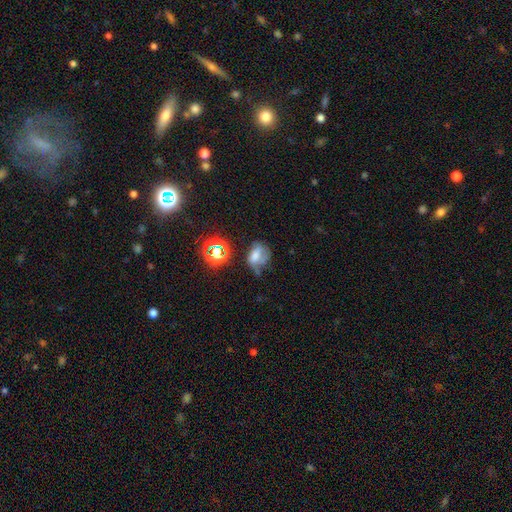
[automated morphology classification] smooth_or_featured: smooth (p=0.41) [alt: featured or disk p=0.33]
merging: none (p=0.40) [alt: minor disturbance p=0.30]